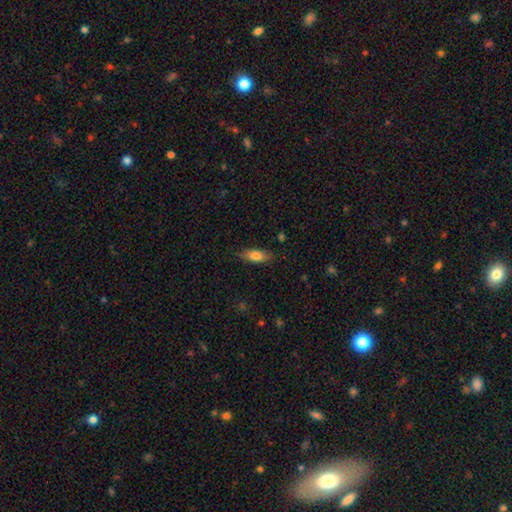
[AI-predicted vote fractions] Smooth or featured?
  - smooth: 76% *
  - featured or disk: 17%
  - star or artifact: 7%
How rounded?
  - in between: 72% *
  - cigar-shaped: 26%
  - round: 3%
Merging?
  - none: 81% *
  - minor disturbance: 15%
  - major disturbance: 3%
  - merger: 1%